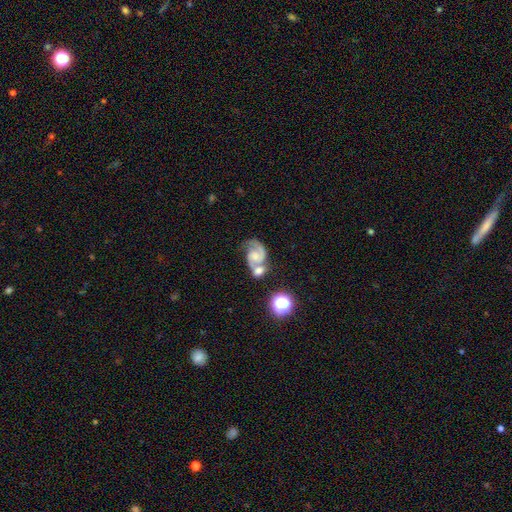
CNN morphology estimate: type=featured or disk (80%); edge-on=no (98%); bar=no (61%); spiral arms=yes (95%); winding=medium (53%); arm count=2 (78%); bulge=small (35%); merging=merger (47%).